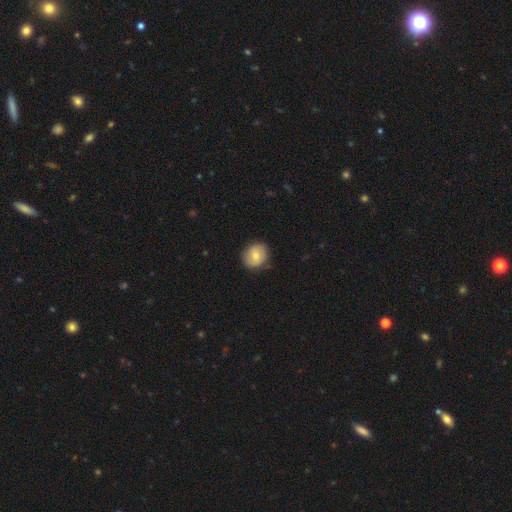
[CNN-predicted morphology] This is likely a smooth galaxy (69%). How rounded: likely round (73%). Merging: clearly none (82%).